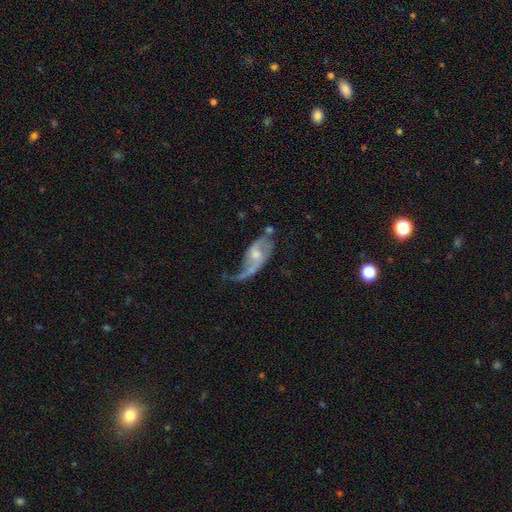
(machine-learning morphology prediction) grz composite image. It shows a featured or disk galaxy (77%) with no bar (53%), 2 (60%) loose (69%) spiral arms (85%) and a moderate central bulge (47%). Merging: major disturbance (39%).